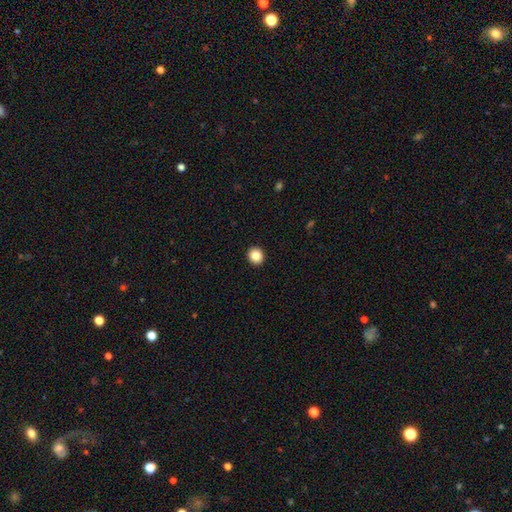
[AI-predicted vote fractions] Smooth or featured? smooth (86%)
How rounded? round (86%)
Merging? none (94%)